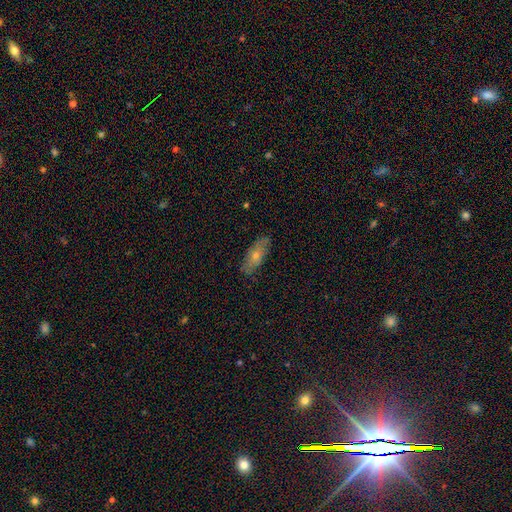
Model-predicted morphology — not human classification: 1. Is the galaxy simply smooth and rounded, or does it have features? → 45% featured or disk (tied), 45% smooth (tied), 10% star or artifact.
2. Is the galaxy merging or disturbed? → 82% none, 14% minor disturbance, 3% major disturbance, 1% merger.